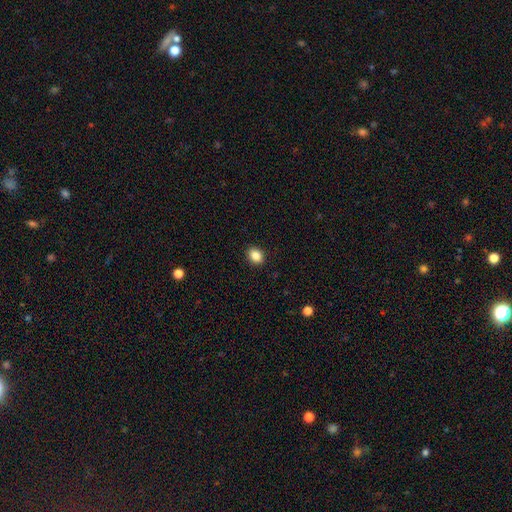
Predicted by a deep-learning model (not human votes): Smooth or featured? Predicted: smooth (p=0.87). How rounded? Predicted: in between (p=0.54). Merging? Predicted: none (p=0.91).